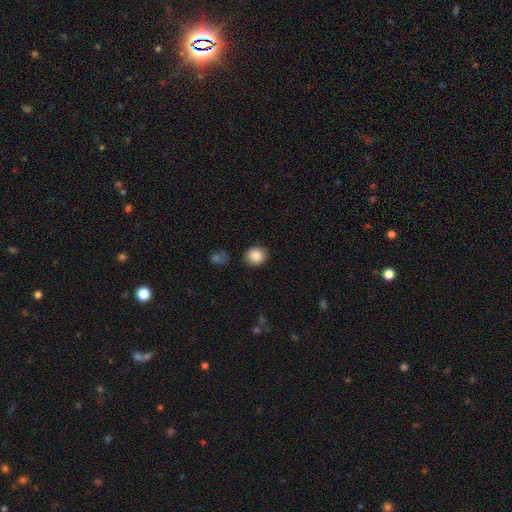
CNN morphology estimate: Smooth or featured: smooth — 87% (star or artifact — 9%)
How rounded: round — 80% (in between — 19%)
Merging: none — 85% (minor disturbance — 10%)